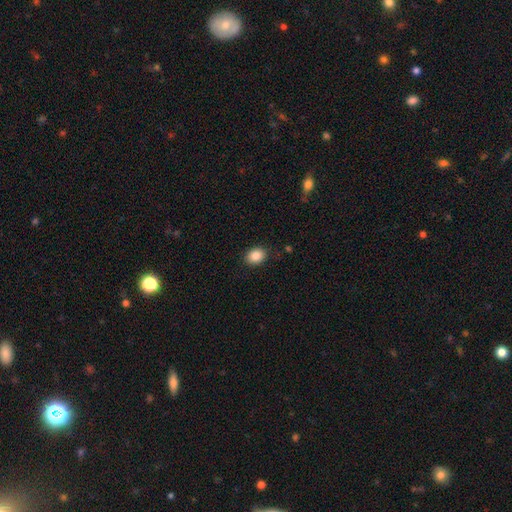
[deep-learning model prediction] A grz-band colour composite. It shows a smooth galaxy with no disk features (87%) that is in between round and cigar-shaped (61%). Merging: none (87%).